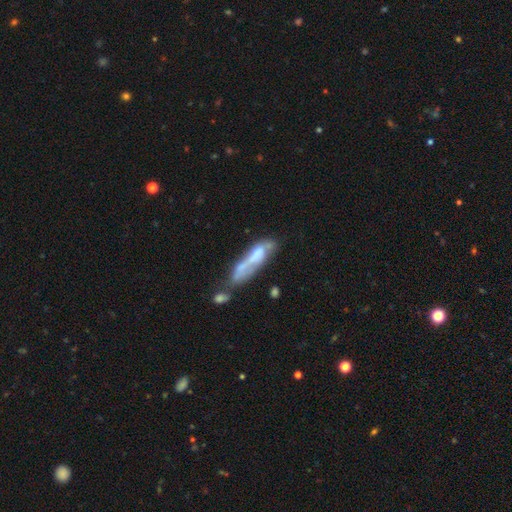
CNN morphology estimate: Smooth or featured? Predicted: featured or disk (p=0.47). Merging? Predicted: merger (p=0.37).